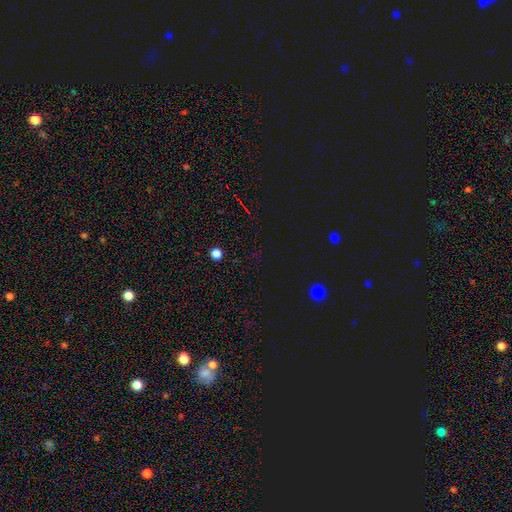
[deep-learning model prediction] star or artifact 69%, smooth 25%, featured or disk 6%.